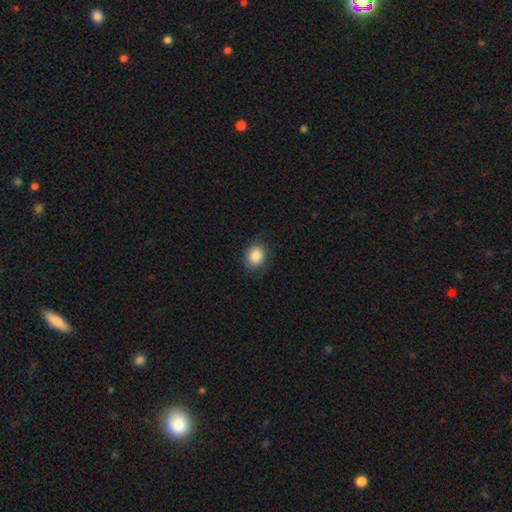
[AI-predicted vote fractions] Overall: smooth (87%). How rounded: round (51%; in between 48%). Merging: none (84%).